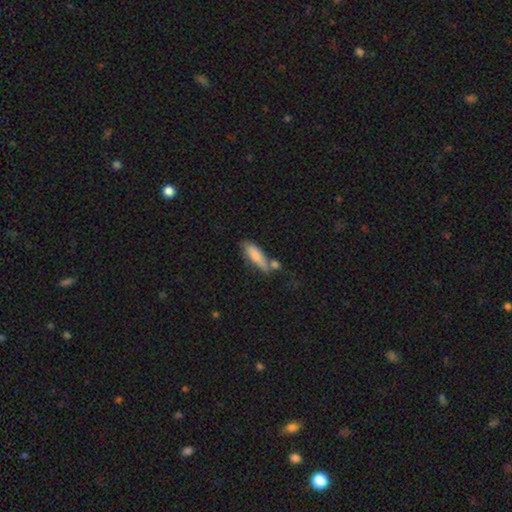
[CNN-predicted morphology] The model was most divided on "how rounded": cigar-shaped: 54%, in between: 43%, round: 2%. Remaining: smooth or featured — smooth (78%); merging — none (47%).